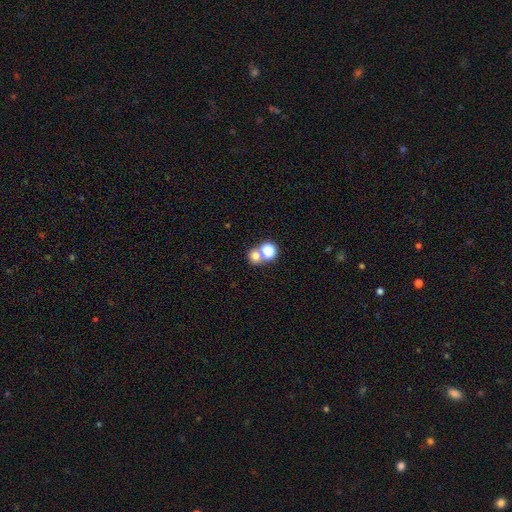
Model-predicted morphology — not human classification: Q: Smooth or featured?
A: smooth (71%); runner-up: star or artifact (19%)
Q: How rounded?
A: round (80%); runner-up: in between (19%)
Q: Merging?
A: none (49%); runner-up: merger (42%)